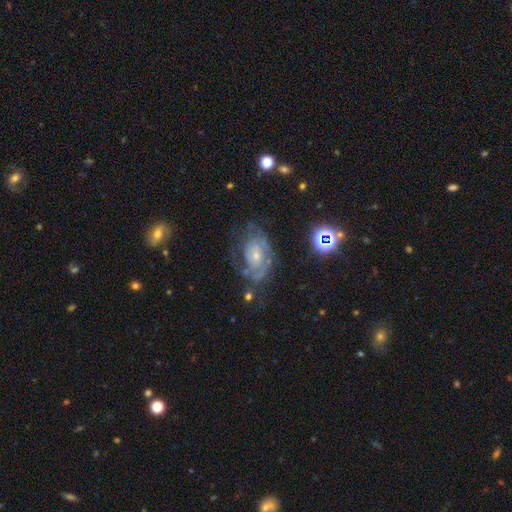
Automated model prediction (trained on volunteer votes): Q: Smooth or featured?
A: featured or disk (75%); runner-up: smooth (13%)
Q: Edge-on disk?
A: no (96%); runner-up: yes (4%)
Q: Bar?
A: no (69%); runner-up: weak (25%)
Q: Spiral arms?
A: yes (88%); runner-up: no (12%)
Q: Spiral winding?
A: tight (60%); runner-up: medium (31%)
Q: Spiral arm count?
A: can't tell (43%); runner-up: 2 (31%)
Q: Bulge size?
A: small (67%); runner-up: moderate (27%)
Q: Merging?
A: none (60%); runner-up: minor disturbance (22%)